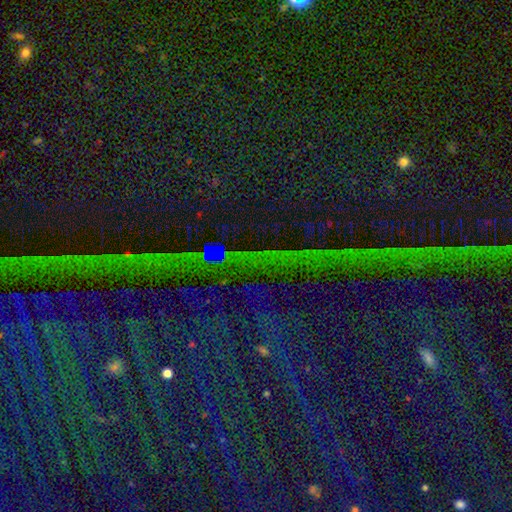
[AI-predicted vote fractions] Smooth or featured: star or artifact — 83% (smooth — 9%)